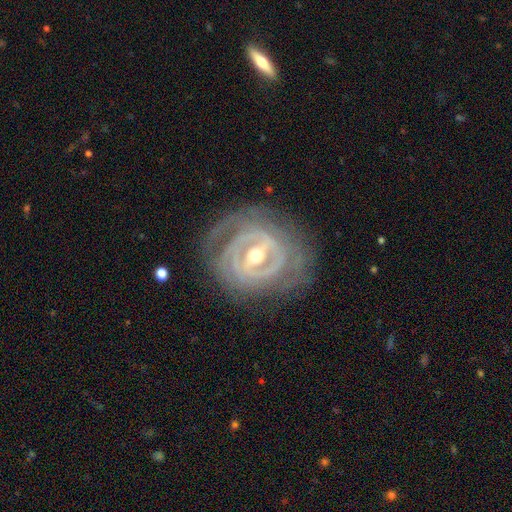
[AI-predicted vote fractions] Q: Smooth or featured?
A: featured or disk (90%); runner-up: smooth (6%)
Q: Edge-on disk?
A: no (95%); runner-up: yes (5%)
Q: Bar?
A: strong (56%); runner-up: weak (32%)
Q: Spiral arms?
A: yes (90%); runner-up: no (10%)
Q: Spiral winding?
A: tight (75%); runner-up: medium (19%)
Q: Spiral arm count?
A: can't tell (34%); runner-up: 2 (25%)
Q: Bulge size?
A: moderate (63%); runner-up: small (32%)
Q: Merging?
A: none (74%); runner-up: minor disturbance (16%)